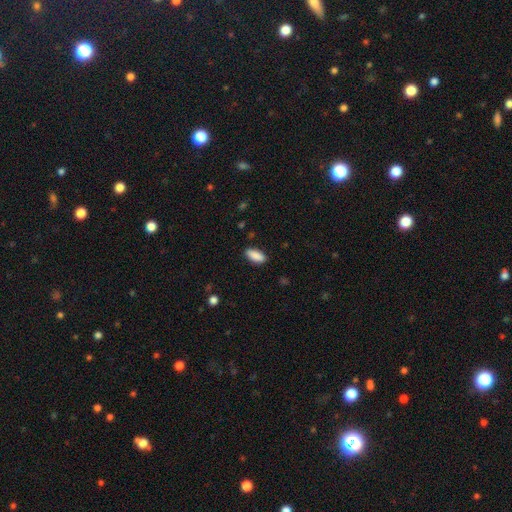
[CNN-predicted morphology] This is clearly a smooth galaxy (89%). How rounded: clearly in between (84%). Merging: clearly none (86%).